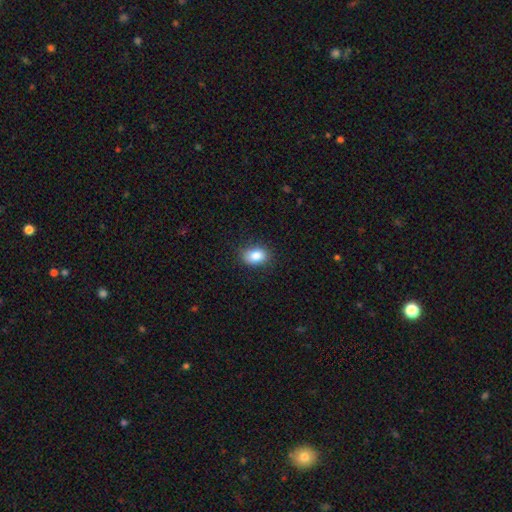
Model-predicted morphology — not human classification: Smooth or featured?
  - smooth: 87% *
  - star or artifact: 8%
  - featured or disk: 5%
How rounded?
  - in between: 80% *
  - round: 19%
  - cigar-shaped: 1%
Merging?
  - none: 82% *
  - minor disturbance: 13%
  - major disturbance: 3%
  - merger: 1%